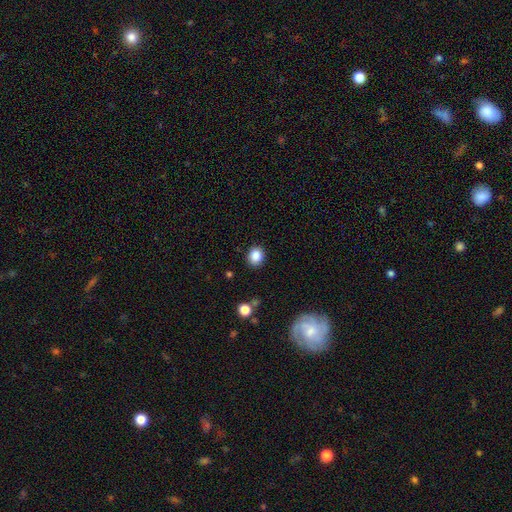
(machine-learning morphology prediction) Overall: smooth (86%). How rounded: round (67%; in between 32%). Merging: none (88%).